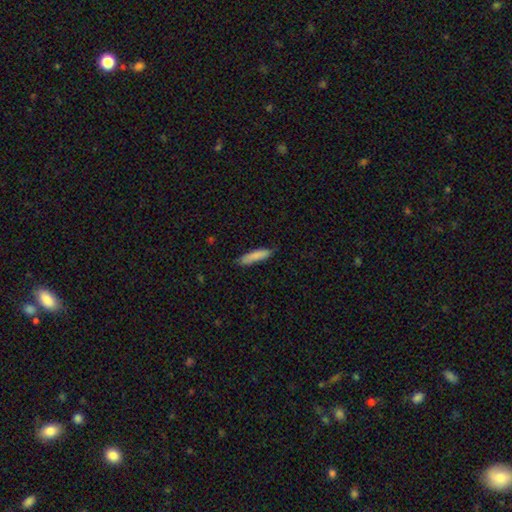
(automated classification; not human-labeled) A smooth galaxy with no disk features (85%) that is cigar-shaped (80%). Merging: none (81%).